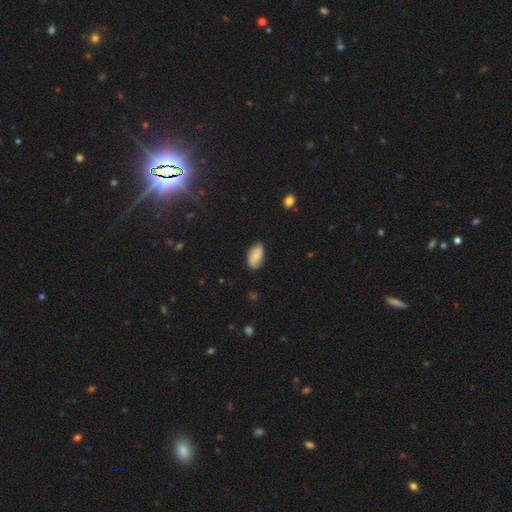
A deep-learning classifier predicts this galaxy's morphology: A smooth galaxy with no disk features (80%) that is in between round and cigar-shaped (94%).

Vote fractions:
- Smooth or featured? smooth: 80% / featured or disk: 13% / star or artifact: 7%
- How rounded? in between: 94% / round: 3% / cigar-shaped: 3%
- Merging? none: 80% / minor disturbance: 16% / major disturbance: 3% / merger: 1%